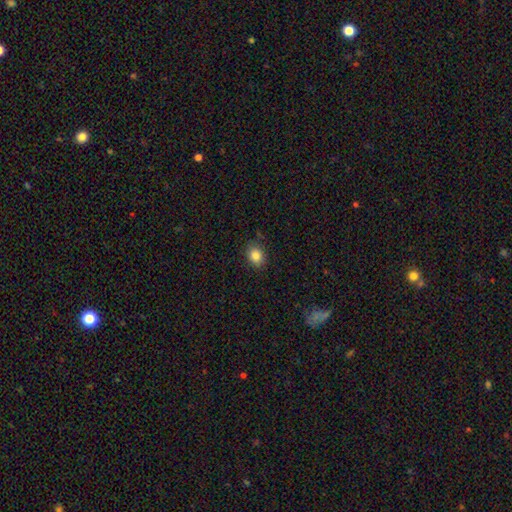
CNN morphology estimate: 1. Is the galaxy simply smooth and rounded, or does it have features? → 84% smooth, 10% star or artifact, 6% featured or disk.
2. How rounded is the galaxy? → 53% round, 46% in between, 1% cigar-shaped.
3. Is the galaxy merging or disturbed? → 85% none, 11% minor disturbance, 3% major disturbance, 1% merger.